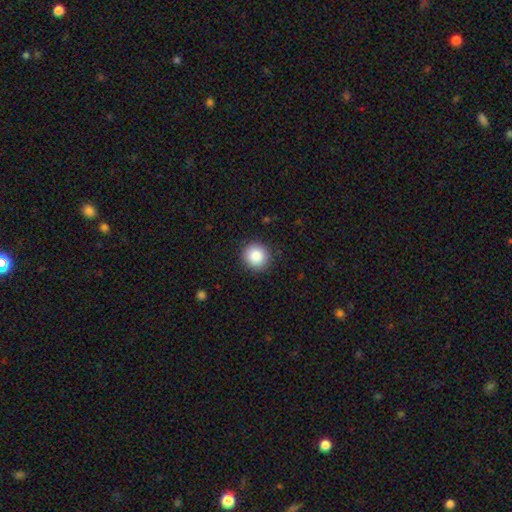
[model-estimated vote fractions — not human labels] This is clearly a smooth galaxy (87%). How rounded: clearly round (91%). Merging: clearly none (90%).